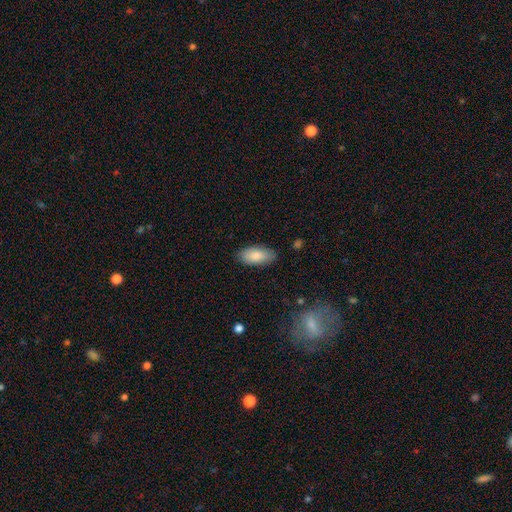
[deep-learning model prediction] Smooth or featured?
  - smooth: 85% *
  - featured or disk: 9%
  - star or artifact: 6%
How rounded?
  - in between: 92% *
  - cigar-shaped: 6%
  - round: 2%
Merging?
  - none: 85% *
  - minor disturbance: 11%
  - major disturbance: 2%
  - merger: 1%